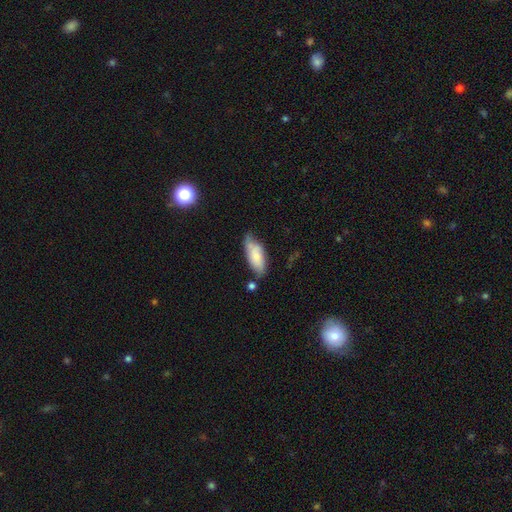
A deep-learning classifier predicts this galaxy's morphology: smooth_or_featured: smooth (p=0.64) [alt: featured or disk p=0.29]
how_rounded: in between (p=0.80) [alt: cigar-shaped p=0.17]
merging: none (p=0.51) [alt: minor disturbance p=0.32]